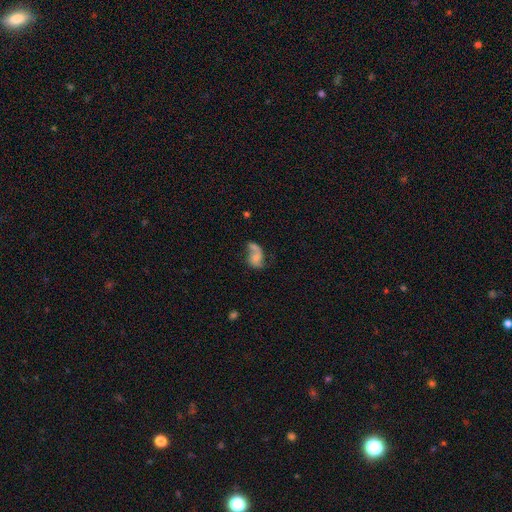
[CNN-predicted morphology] Smooth or featured? featured or disk (63%)
Edge-on disk? no (97%)
Bar? no (69%)
Spiral arms? yes (85%)
Spiral winding? loose (63%)
Spiral arm count? 2 (70%)
Bulge size? small (45%)
Merging? none (39%)